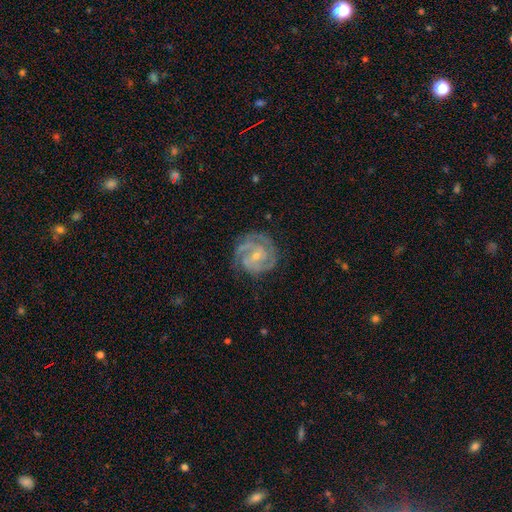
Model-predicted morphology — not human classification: Smooth or featured? featured or disk (89%)
Edge-on disk? no (98%)
Bar? no (47%)
Spiral arms? yes (97%)
Spiral winding? tight (62%)
Spiral arm count? 2 (45%)
Bulge size? small (67%)
Merging? none (76%)